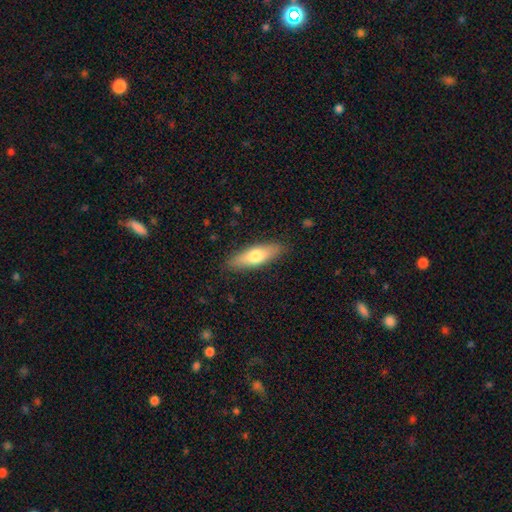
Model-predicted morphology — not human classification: Smooth or featured: smooth — 67% (featured or disk — 27%)
How rounded: in between — 49% (tied with cigar-shaped — 49%)
Merging: none — 87% (minor disturbance — 10%)